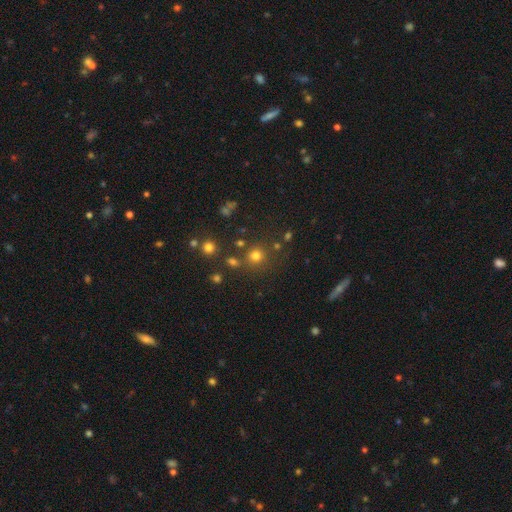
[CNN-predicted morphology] The model was most divided on "smooth or featured": smooth: 73%, star or artifact: 20%, featured or disk: 7%. More confident: how rounded — round (90%); merging — none (77%).